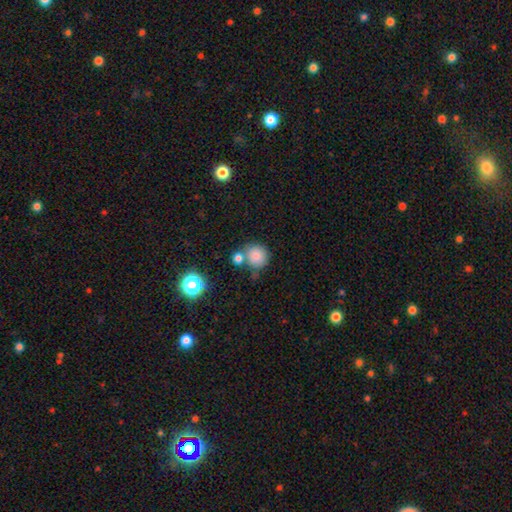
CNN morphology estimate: Overall: smooth (82%). How rounded: round (90%). Merging: none (60%; merger 24%).